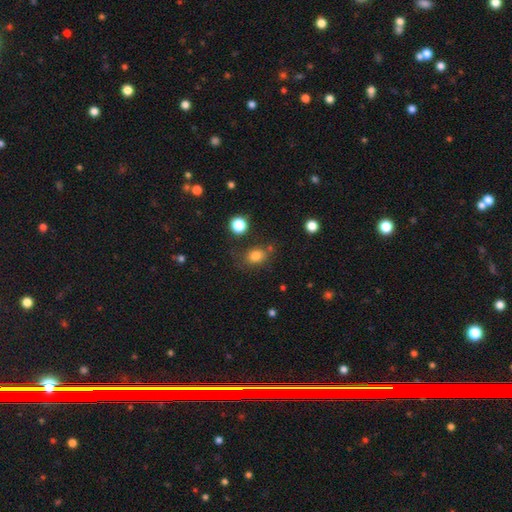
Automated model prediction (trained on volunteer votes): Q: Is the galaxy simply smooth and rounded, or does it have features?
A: smooth — 80%.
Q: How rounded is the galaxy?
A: in between — 50%.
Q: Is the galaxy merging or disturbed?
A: none — 71%.